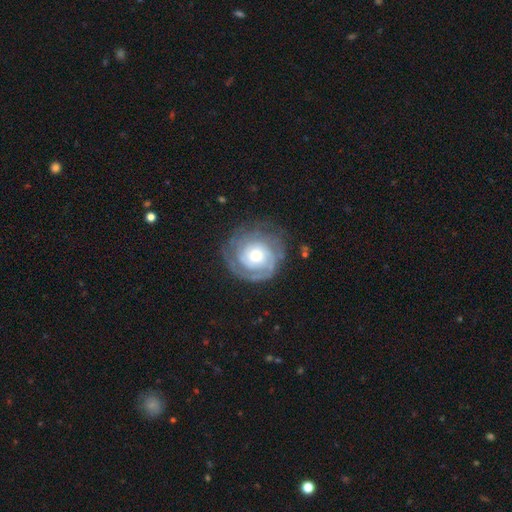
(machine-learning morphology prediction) featured or disk 82%, smooth 13%, star or artifact 5%. Down the decision tree: edge-on disk — no (98%); bar — no (78%); spiral arms — yes (94%); spiral arm count — can't tell (33%); spiral winding — tight (76%); bulge size — moderate (59%); merging — none (76%).